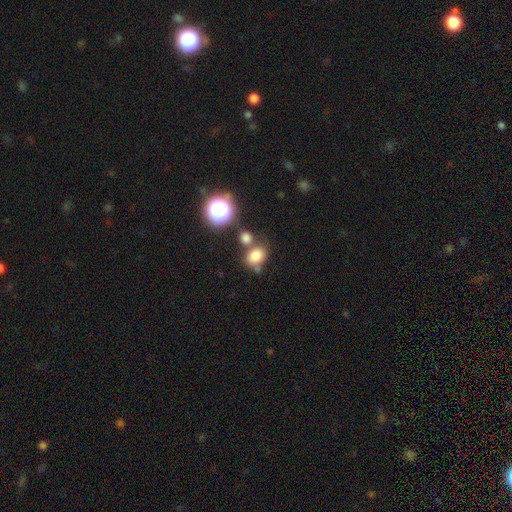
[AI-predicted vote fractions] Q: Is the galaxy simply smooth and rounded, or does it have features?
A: smooth — 79%.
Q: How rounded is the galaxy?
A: in between — 55%.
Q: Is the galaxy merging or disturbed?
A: none — 52%.